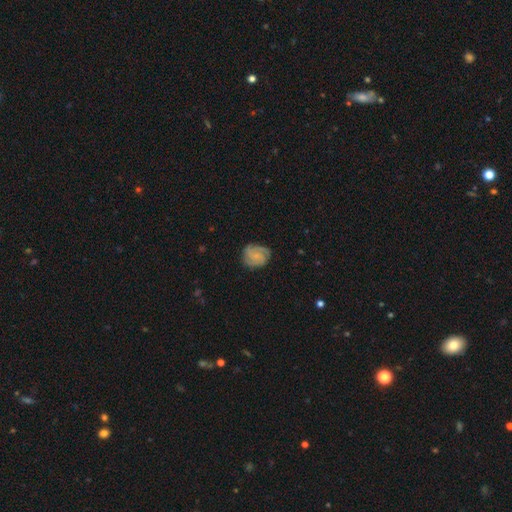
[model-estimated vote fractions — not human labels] This is likely a featured or disk galaxy (70%). It is clearly not viewed edge-on (98%). Bar: likely no (65%). Spiral arm pattern: clearly yes (95%). Spiral arm count: marginally 3 (41%). Spiral winding: possibly tight (55%). Central bulge: possibly small (52%). Merging: likely none (76%).